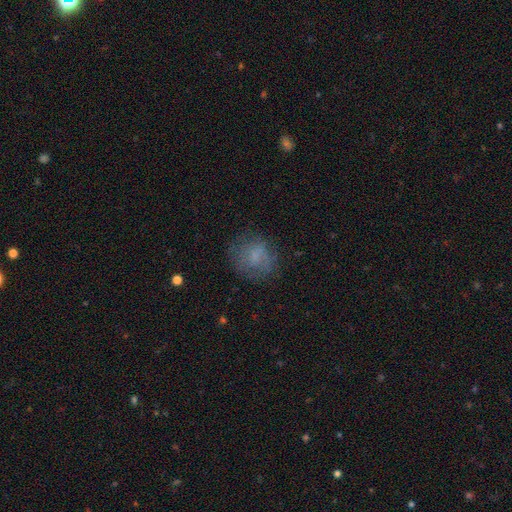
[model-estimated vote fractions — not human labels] The model was most divided on "smooth or featured": smooth: 65%, featured or disk: 24%, star or artifact: 12%. More confident: how rounded — round (76%); merging — none (68%).